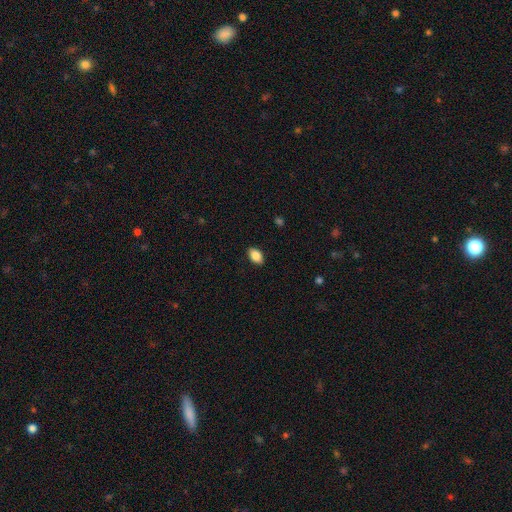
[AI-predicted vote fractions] This appears to be a smooth galaxy with no disk features (86%) that is in between round and cigar-shaped (90%). Merging: none (89%).